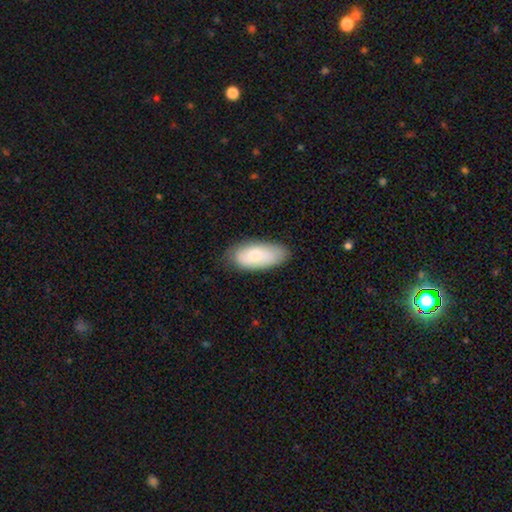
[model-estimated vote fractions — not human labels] A smooth galaxy with no disk features (75%) that is in between round and cigar-shaped (91%). Merging: none (75%).